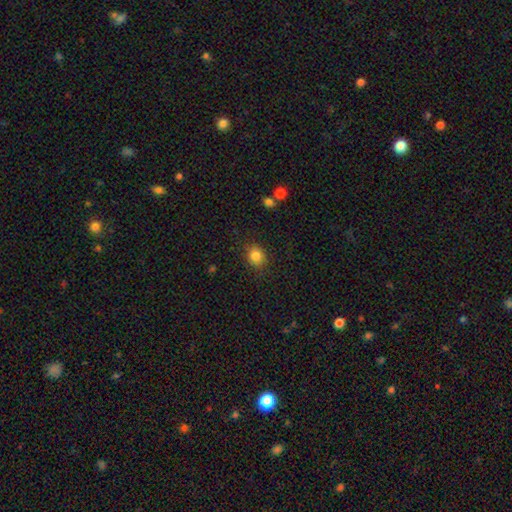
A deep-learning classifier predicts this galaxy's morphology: Smooth or featured: smooth — 83% (star or artifact — 11%)
How rounded: round — 72% (in between — 27%)
Merging: none — 86% (minor disturbance — 10%)